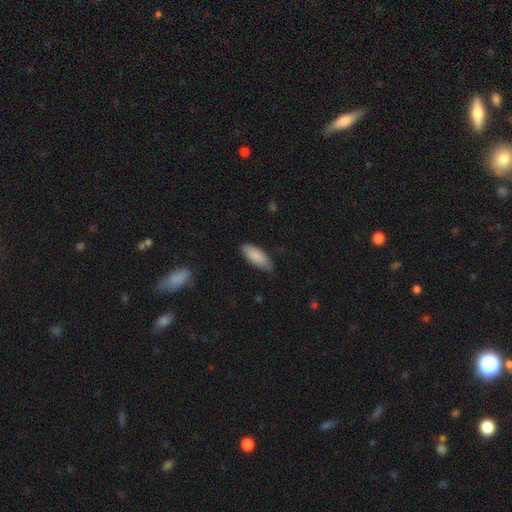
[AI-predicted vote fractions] This appears to be a smooth galaxy with no disk features (88%) that is in between round and cigar-shaped (77%). Merging: none (74%).